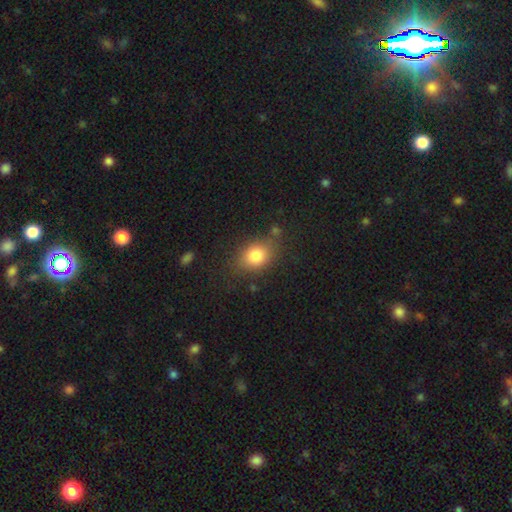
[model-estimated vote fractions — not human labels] smooth 82%, star or artifact 10%, featured or disk 8%. Down the decision tree: how rounded — in between (59%); merging — none (74%).